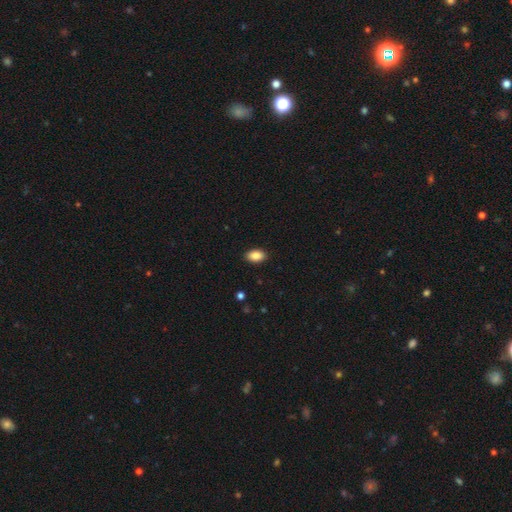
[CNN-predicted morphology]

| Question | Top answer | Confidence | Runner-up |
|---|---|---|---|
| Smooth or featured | smooth | 89% | star or artifact (8%) |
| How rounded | in between | 91% | round (8%) |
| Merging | none | 90% | minor disturbance (7%) |